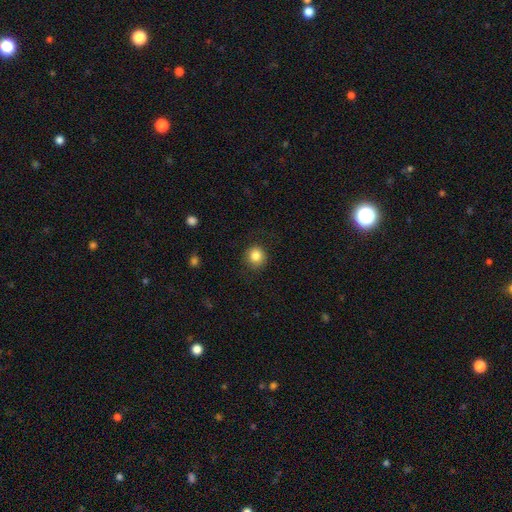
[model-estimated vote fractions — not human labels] smooth 85%, star or artifact 10%, featured or disk 5%. Down the decision tree: how rounded — round (90%); merging — none (88%).